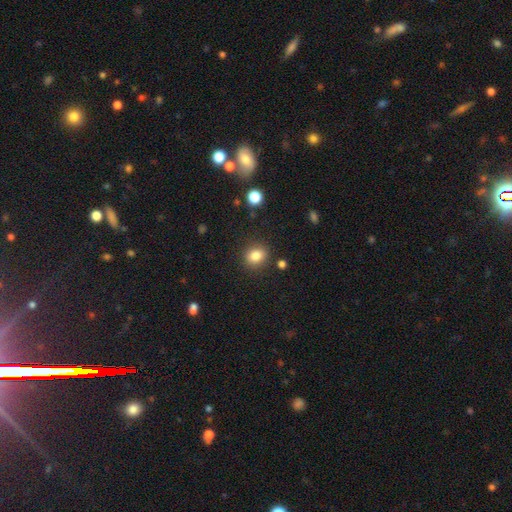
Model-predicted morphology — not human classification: Q: Smooth or featured?
A: smooth (83%); runner-up: star or artifact (11%)
Q: How rounded?
A: round (63%); runner-up: in between (36%)
Q: Merging?
A: none (86%); runner-up: minor disturbance (8%)